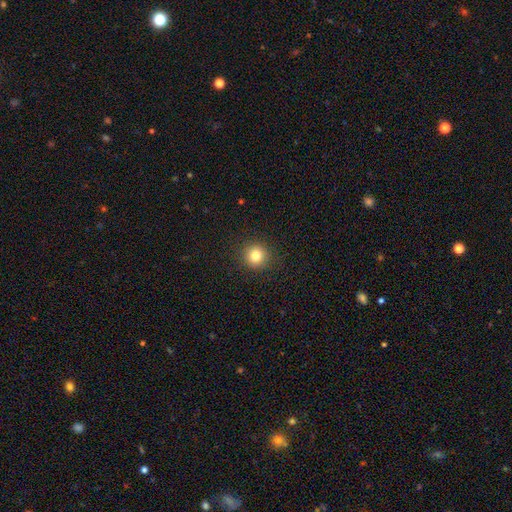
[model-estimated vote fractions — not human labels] Smooth or featured?
  - smooth: 81% *
  - star or artifact: 12%
  - featured or disk: 7%
How rounded?
  - round: 94% *
  - in between: 5%
  - cigar-shaped: 1%
Merging?
  - none: 92% *
  - minor disturbance: 5%
  - major disturbance: 2%
  - merger: 1%